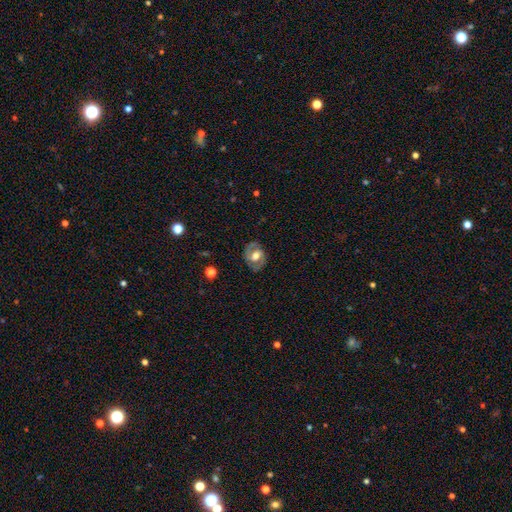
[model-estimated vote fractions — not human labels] A featured or disk galaxy (70%) with a weak bar (42%), 2 (86%) medium (48%) spiral arms (80%) and a moderate central bulge (59%). Merging: none (79%).